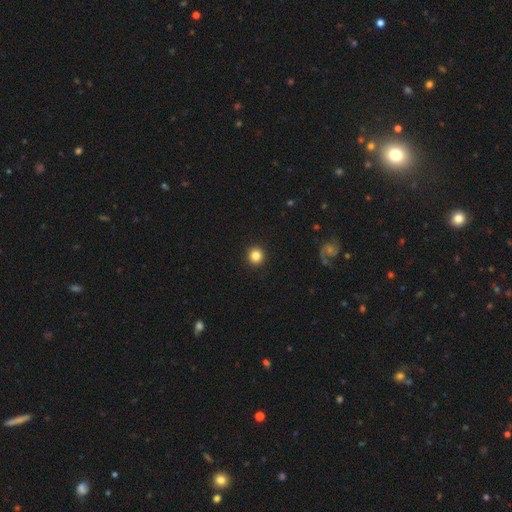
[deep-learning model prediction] Smooth or featured? smooth (84%)
How rounded? round (94%)
Merging? none (93%)